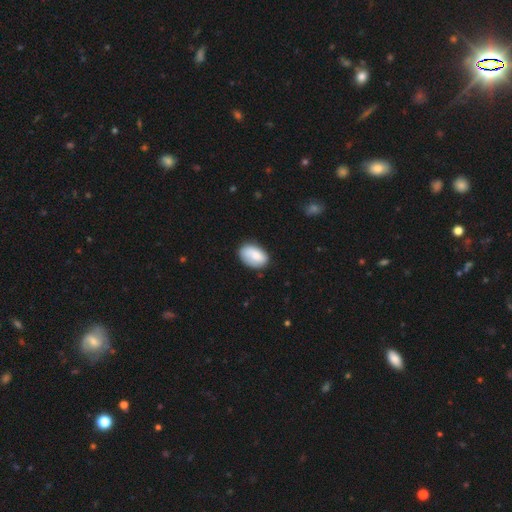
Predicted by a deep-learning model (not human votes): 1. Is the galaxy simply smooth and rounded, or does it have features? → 81% smooth, 13% featured or disk, 6% star or artifact.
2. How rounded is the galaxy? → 89% in between, 10% round, 1% cigar-shaped.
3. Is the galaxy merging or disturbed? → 73% none, 21% minor disturbance, 4% major disturbance, 2% merger.